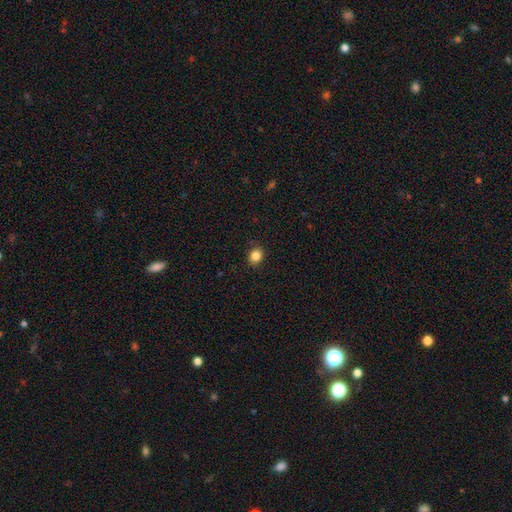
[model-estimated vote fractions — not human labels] Smooth or featured? Predicted: smooth (p=0.85). How rounded? Predicted: round (p=0.69). Merging? Predicted: none (p=0.89).